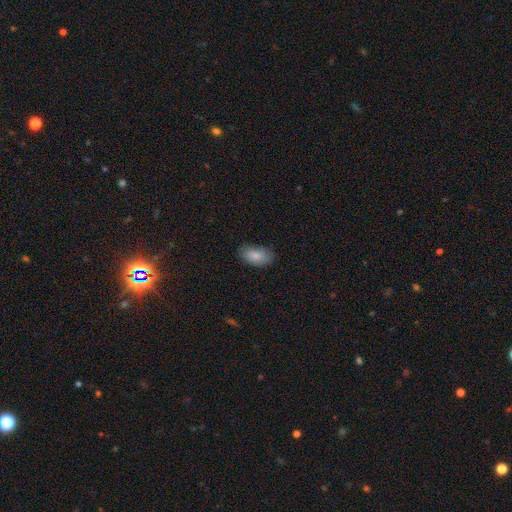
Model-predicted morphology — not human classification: Smooth or featured? smooth (80%)
How rounded? in between (92%)
Merging? none (77%)